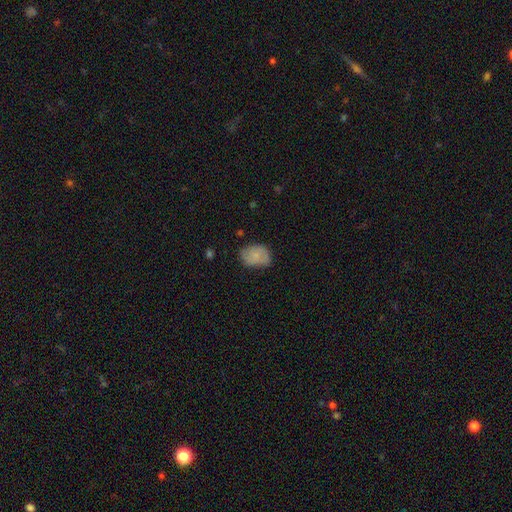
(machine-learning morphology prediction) type=smooth (67%); roundness=in between (65%); merging=none (62%).